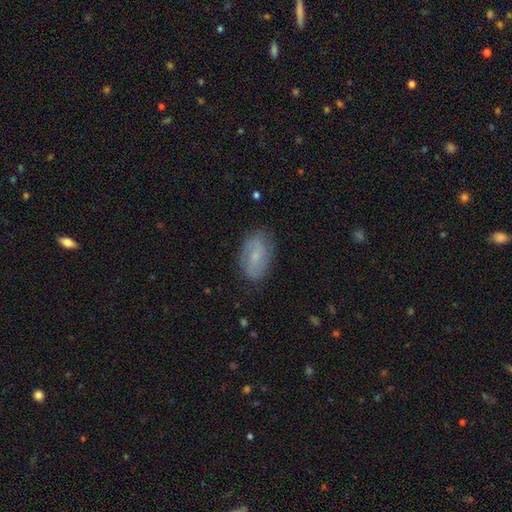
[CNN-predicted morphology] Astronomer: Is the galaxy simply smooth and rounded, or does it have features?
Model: smooth — 52% (runner-up: featured or disk, 40%).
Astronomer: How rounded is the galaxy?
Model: in between — 91%.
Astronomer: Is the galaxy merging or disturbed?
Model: none — 78%.